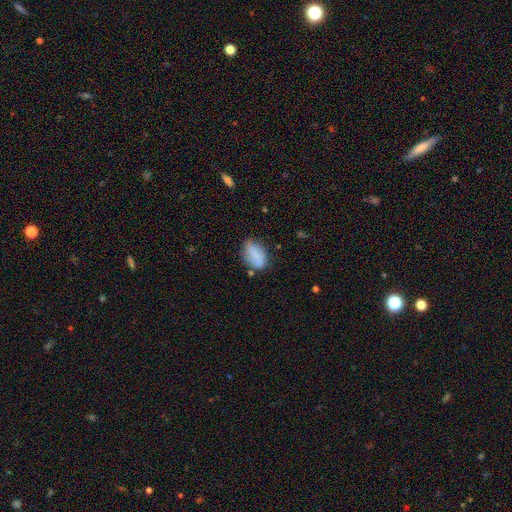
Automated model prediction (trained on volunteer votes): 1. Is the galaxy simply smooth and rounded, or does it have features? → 80% smooth, 12% featured or disk, 8% star or artifact.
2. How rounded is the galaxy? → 89% in between, 8% round, 3% cigar-shaped.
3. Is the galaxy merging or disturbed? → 59% none, 29% minor disturbance, 7% major disturbance, 4% merger.